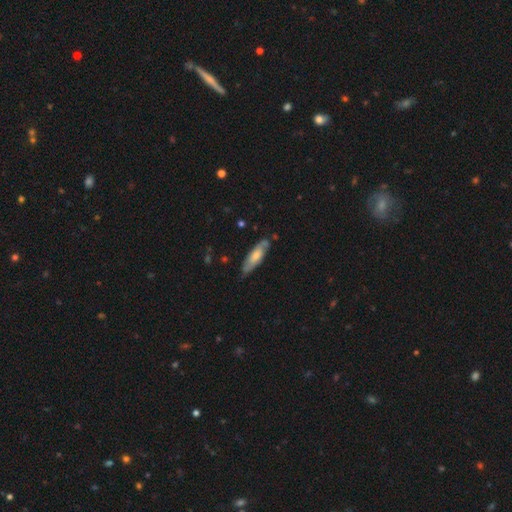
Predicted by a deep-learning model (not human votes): A smooth galaxy with no disk features (50%) that is cigar-shaped (54%). Merging: none (75%).